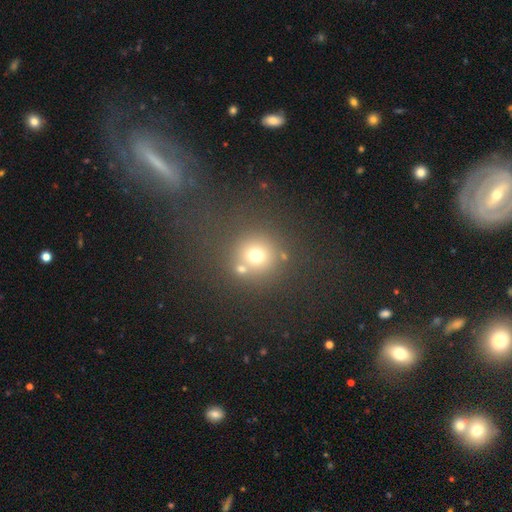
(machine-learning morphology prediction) This is likely a smooth galaxy (70%). How rounded: clearly round (91%). Merging: likely none (69%).